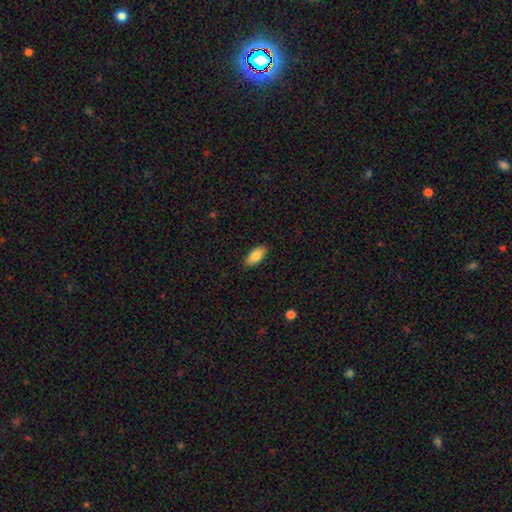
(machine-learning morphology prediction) Smooth or featured? Predicted: smooth (p=0.84). How rounded? Predicted: in between (p=0.87). Merging? Predicted: none (p=0.88).